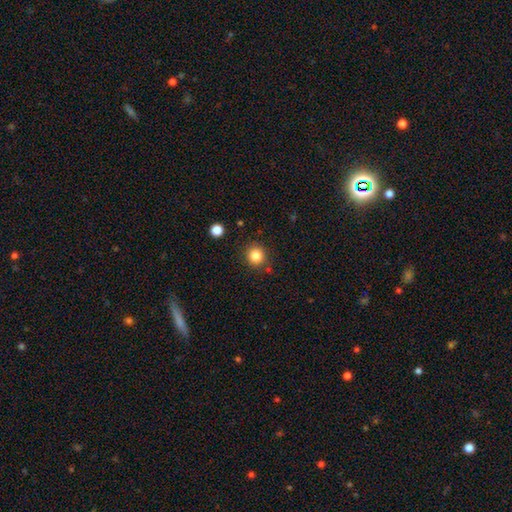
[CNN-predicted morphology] Q: Smooth or featured?
A: smooth (84%); runner-up: star or artifact (11%)
Q: How rounded?
A: round (91%); runner-up: in between (8%)
Q: Merging?
A: none (86%); runner-up: minor disturbance (8%)